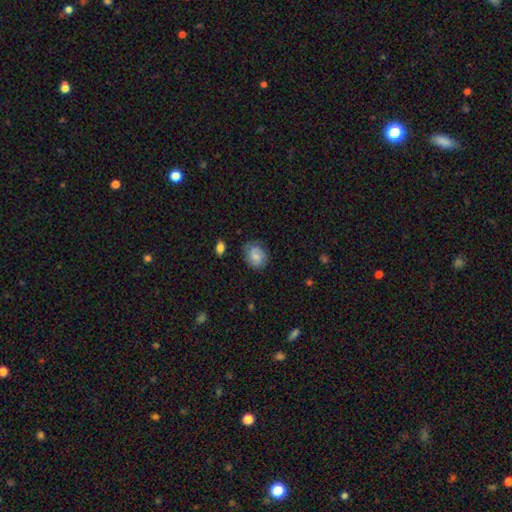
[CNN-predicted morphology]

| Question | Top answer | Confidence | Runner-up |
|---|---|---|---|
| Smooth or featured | smooth | 59% | featured or disk (32%) |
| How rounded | in between | 57% | round (42%) |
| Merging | none | 73% | minor disturbance (20%) |